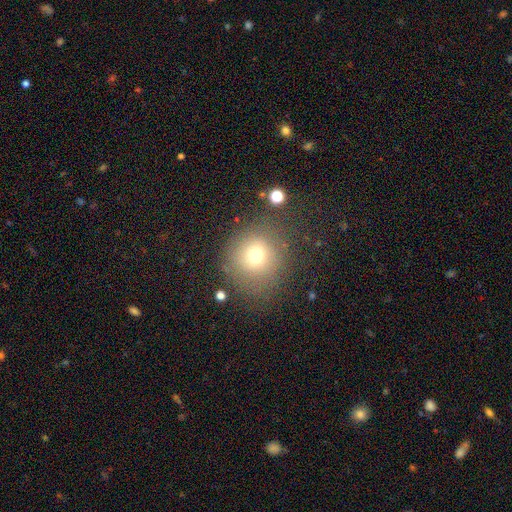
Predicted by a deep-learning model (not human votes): smooth-or-featured: smooth: 72% | star or artifact: 16% | featured or disk: 12%
  how-rounded: round: 89% | in between: 10% | cigar-shaped: 1%
  merging: none: 78% | minor disturbance: 12% | major disturbance: 7% | merger: 3%